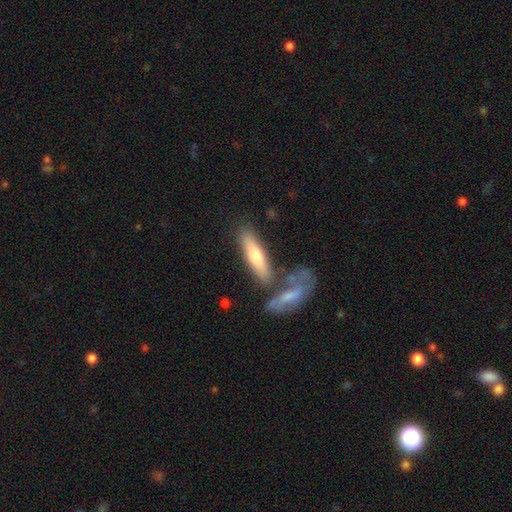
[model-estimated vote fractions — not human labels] The model was most divided on "smooth or featured": smooth: 65%, featured or disk: 29%, star or artifact: 6%. More confident: how rounded — cigar-shaped (70%); merging — none (61%).